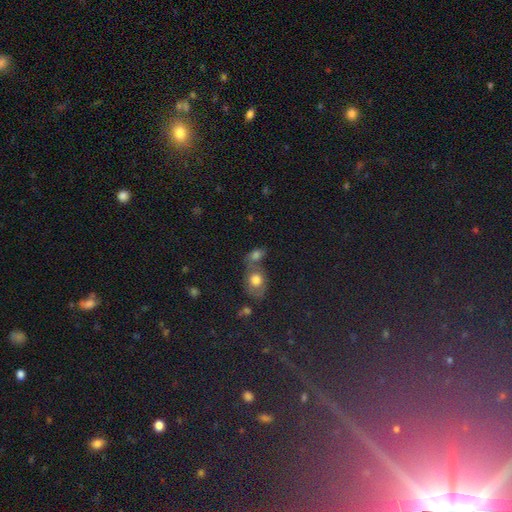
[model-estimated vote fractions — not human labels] Morphology: type=smooth (69%); roundness=in between (63%); merging=merger (48%).